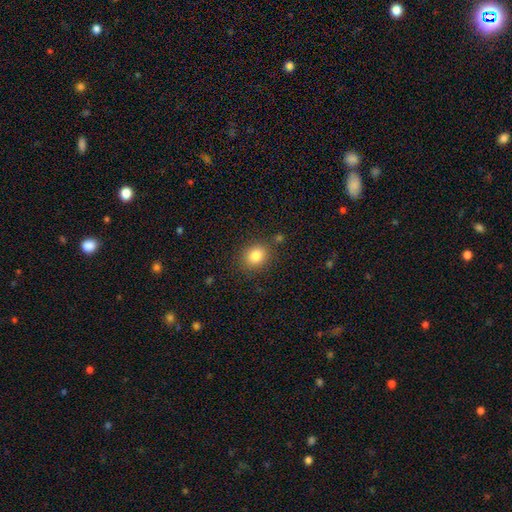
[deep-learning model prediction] This is clearly a smooth galaxy (83%). How rounded: likely round (61%). Merging: clearly none (83%).